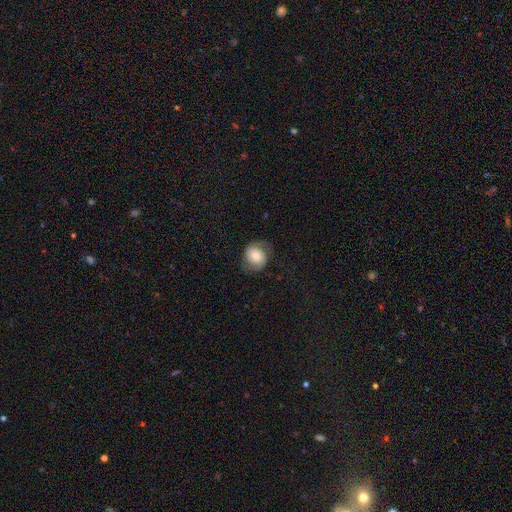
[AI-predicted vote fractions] A featured or disk galaxy (47%). Merging: none (67%).